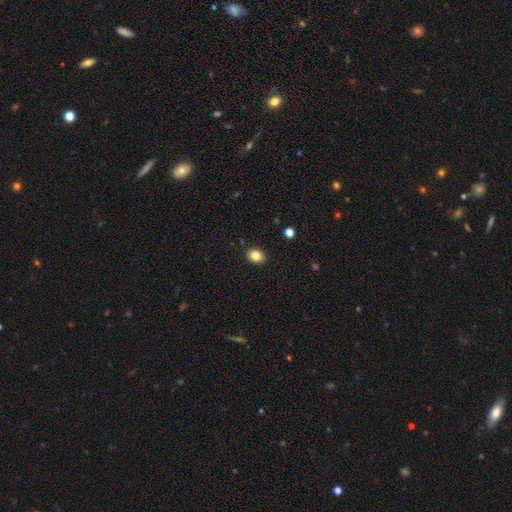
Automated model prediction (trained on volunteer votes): Smooth or featured: smooth — 83% (star or artifact — 10%)
How rounded: in between — 53% (round — 46%)
Merging: none — 89% (minor disturbance — 7%)